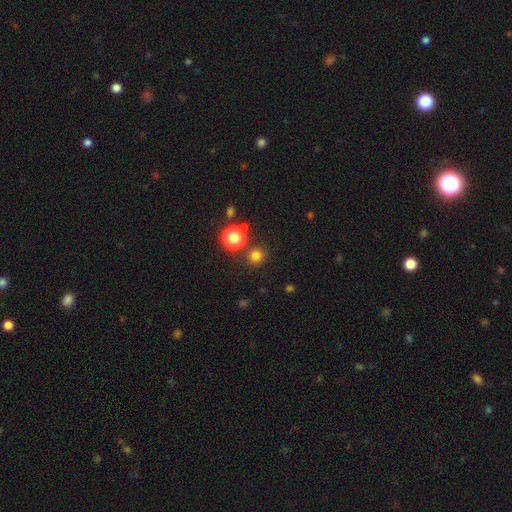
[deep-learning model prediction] smooth 77%, star or artifact 19%, featured or disk 4%. Down the decision tree: how rounded — round (93%); merging — none (87%).